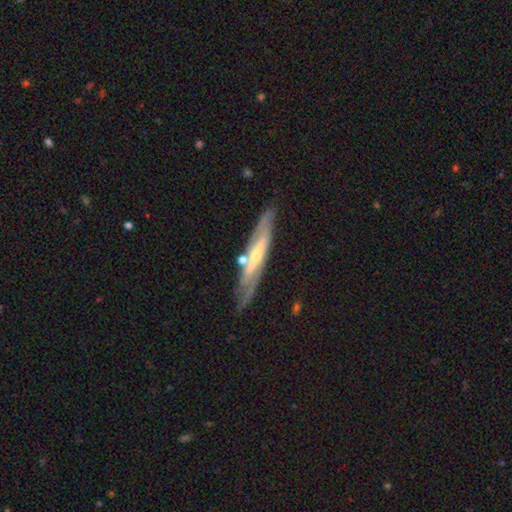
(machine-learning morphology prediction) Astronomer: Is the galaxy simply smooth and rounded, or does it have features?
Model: featured or disk — 75%.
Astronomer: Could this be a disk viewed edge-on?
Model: yes — 61% (runner-up: no, 39%).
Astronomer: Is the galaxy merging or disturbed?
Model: none — 73%.